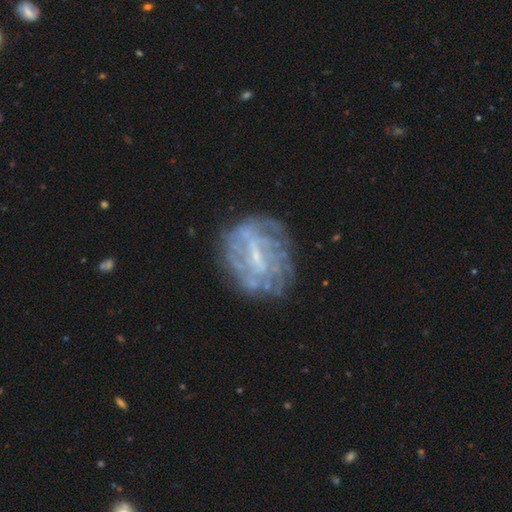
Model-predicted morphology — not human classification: Overall: featured or disk (75%). Edge-on disk: no (97%). Bar: weak (51%; no 25%). Spiral arms: yes (57%; no 43%). Bulge size: small (61%). Merging: none (69%).